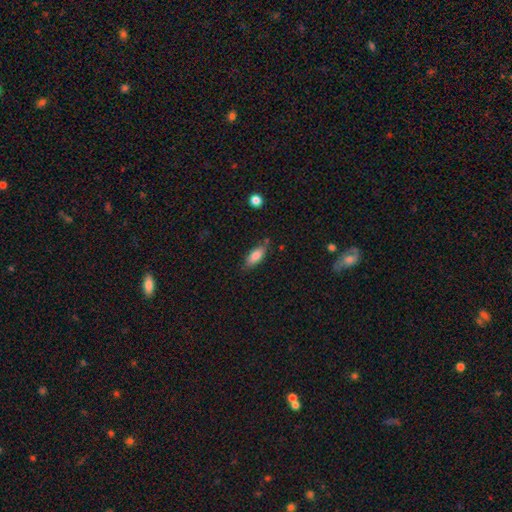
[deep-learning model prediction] A smooth galaxy with no disk features (83%) that is in between round and cigar-shaped (77%). Merging: none (73%).